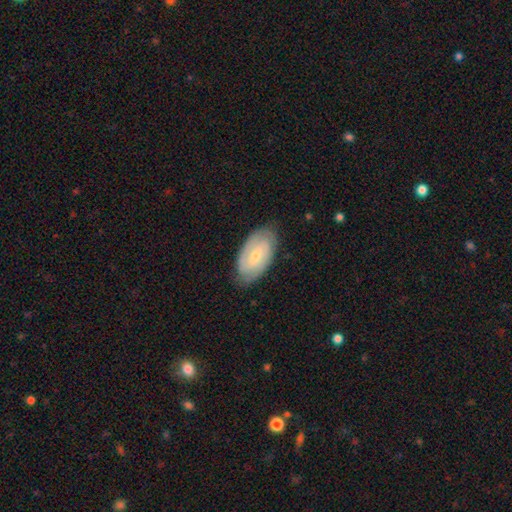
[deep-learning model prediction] This is likely a featured or disk galaxy (67%). It is clearly not viewed edge-on (94%). Bar: possibly weak (52%). Spiral arm pattern: clearly yes (89%). Spiral arm count: likely 2 (69%). Spiral winding: possibly tight (59%). Central bulge: likely small (66%). Merging: clearly none (80%).